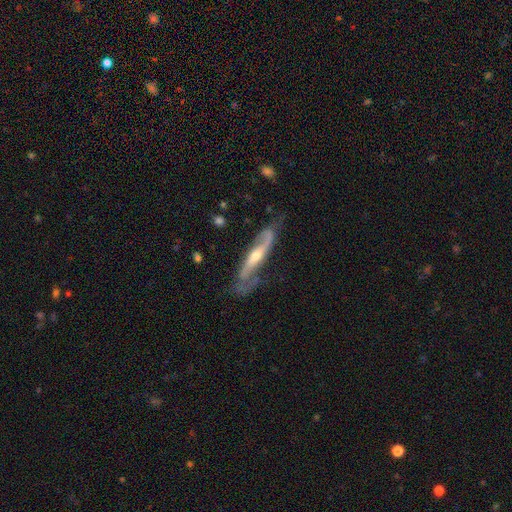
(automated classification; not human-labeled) This appears to be a featured or disk galaxy (81%) with no bar (40%), 2 (85%) loose (44%) spiral arms (93%) and a moderate central bulge (57%). Merging: none (61%).